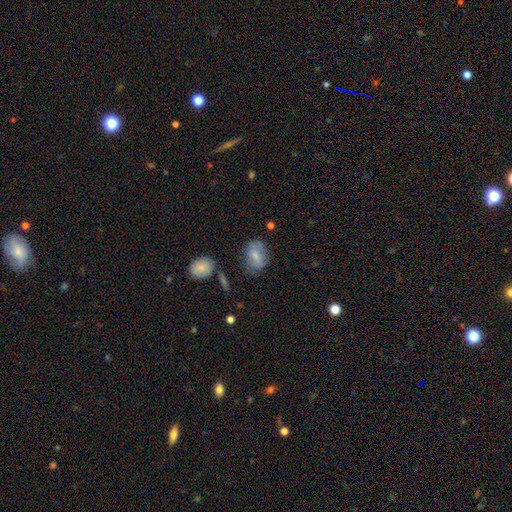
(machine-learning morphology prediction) smooth_or_featured: smooth (p=0.67) [alt: featured or disk p=0.25]
how_rounded: in between (p=0.83) [alt: round p=0.15]
merging: none (p=0.63) [alt: minor disturbance p=0.24]